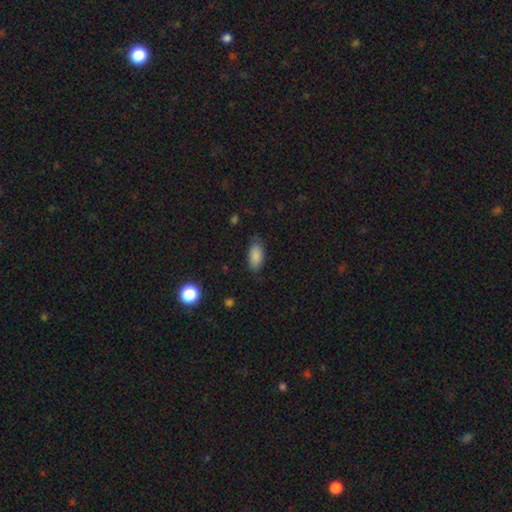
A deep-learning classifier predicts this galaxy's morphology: Overall: smooth (87%). How rounded: in between (91%). Merging: none (78%).